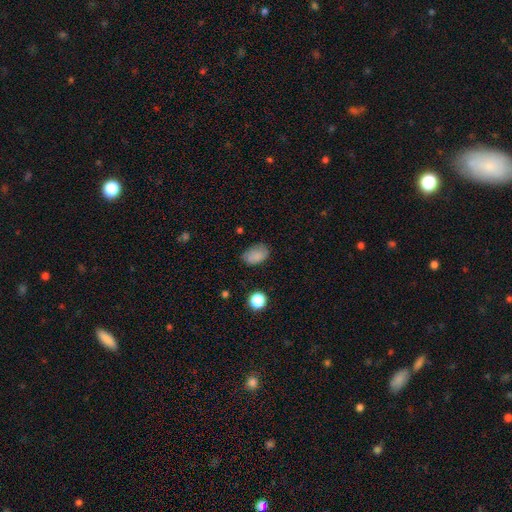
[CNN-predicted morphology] smooth_or_featured: smooth (p=0.81) [alt: star or artifact p=0.10]
how_rounded: in between (p=0.84) [alt: round p=0.15]
merging: none (p=0.73) [alt: minor disturbance p=0.21]